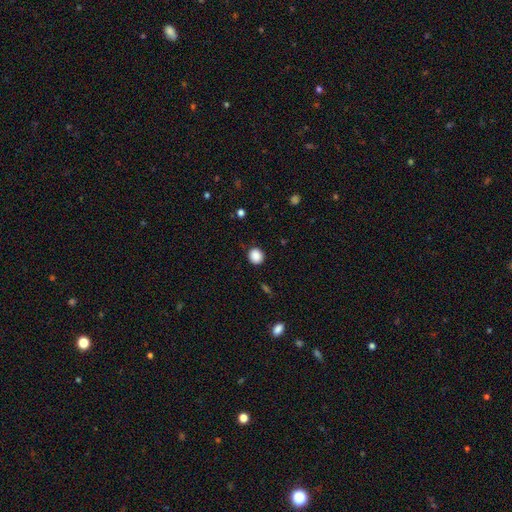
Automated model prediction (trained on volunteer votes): Overall: smooth (88%). How rounded: round (87%). Merging: none (90%).